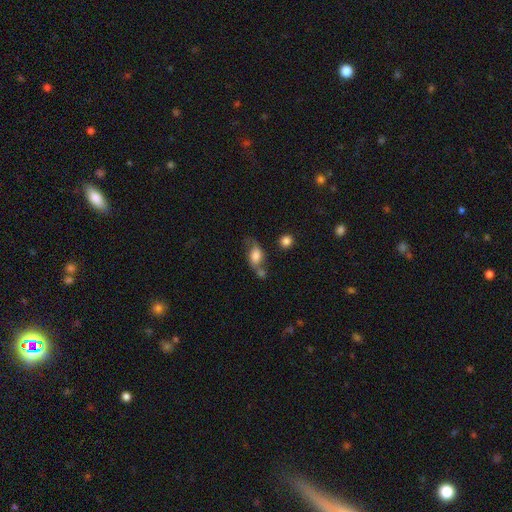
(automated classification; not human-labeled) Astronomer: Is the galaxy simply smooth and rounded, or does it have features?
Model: smooth — 62%.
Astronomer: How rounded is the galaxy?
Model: in between — 80%.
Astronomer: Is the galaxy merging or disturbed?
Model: none — 40% (runner-up: minor disturbance, 23%).